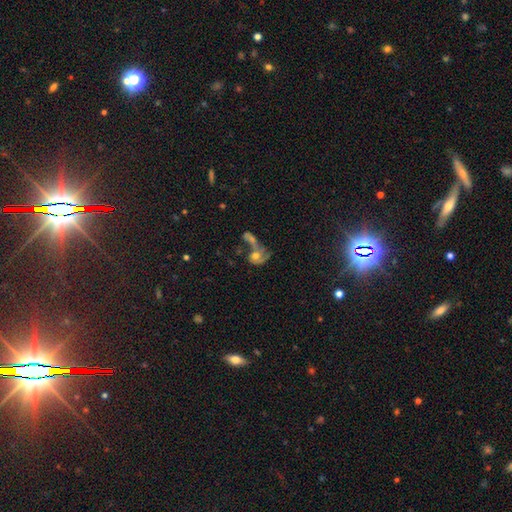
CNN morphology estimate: Overall: featured or disk (51%; smooth 37%). Edge-on disk: no (95%). Merging: merger (57%; major disturbance 19%).